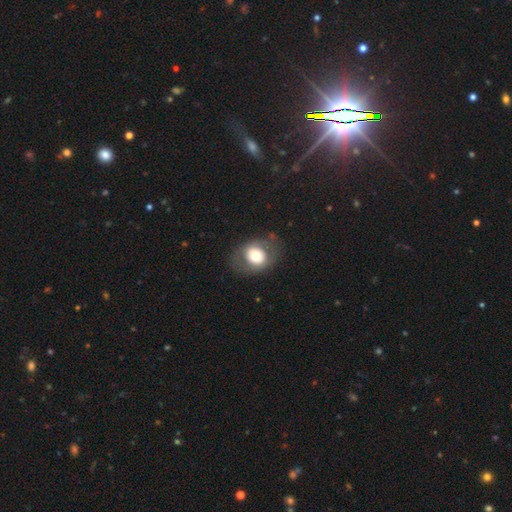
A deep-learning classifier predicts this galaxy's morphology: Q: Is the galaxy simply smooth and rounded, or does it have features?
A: smooth — 61%.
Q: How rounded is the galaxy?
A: round — 59%.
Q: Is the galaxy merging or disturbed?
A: none — 72%.